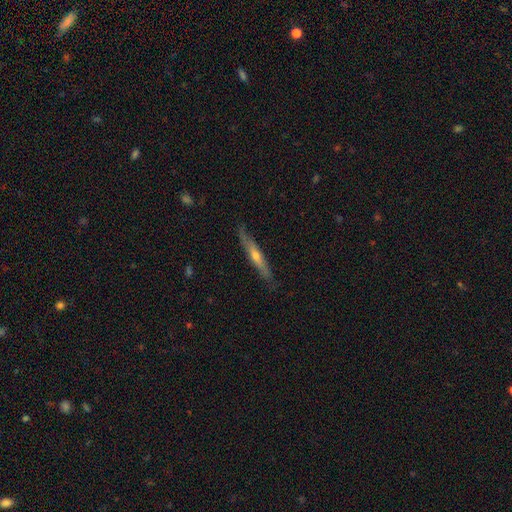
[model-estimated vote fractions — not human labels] The model was most divided on "smooth or featured": featured or disk: 61%, smooth: 33%, star or artifact: 6%. More confident: edge-on disk — yes (91%); merging — none (82%); edge-on bulge — rounded (73%).